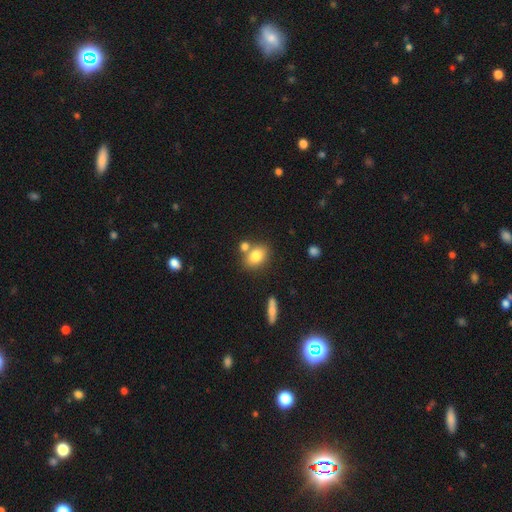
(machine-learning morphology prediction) Smooth or featured? Predicted: smooth (p=0.80). How rounded? Predicted: in between (p=0.69). Merging? Predicted: none (p=0.60).